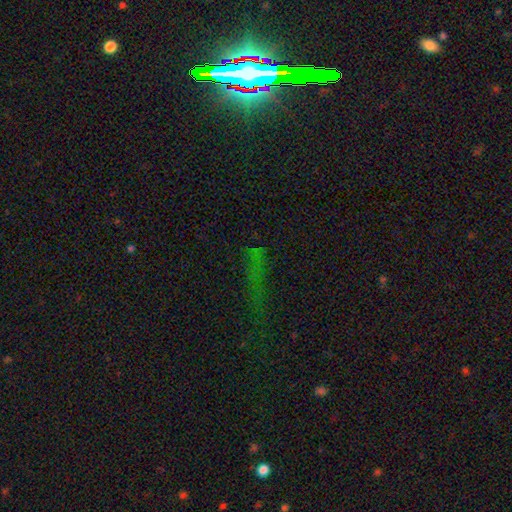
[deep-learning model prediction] A star or artifact, not a galaxy (67%).

Vote fractions:
- Smooth or featured? star or artifact: 67% / smooth: 22% / featured or disk: 11%